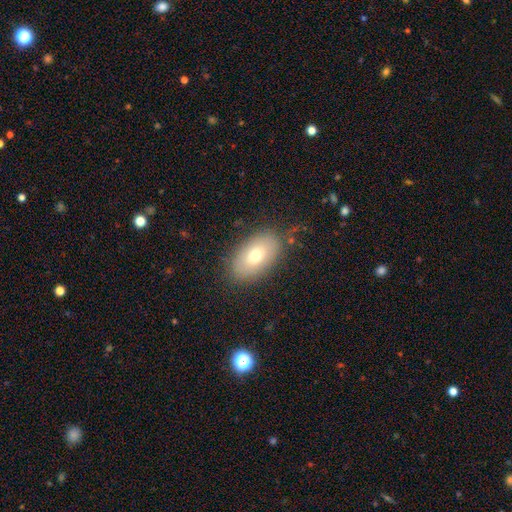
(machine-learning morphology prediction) The model was most divided on "smooth or featured": smooth: 70%, featured or disk: 21%, star or artifact: 8%. More confident: how rounded — in between (92%); merging — none (83%).